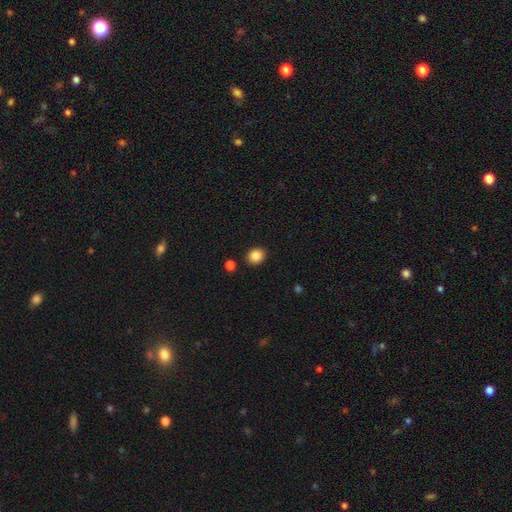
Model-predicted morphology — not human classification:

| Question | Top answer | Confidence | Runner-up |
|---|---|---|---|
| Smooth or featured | smooth | 86% | star or artifact (10%) |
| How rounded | round | 67% | in between (32%) |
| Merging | none | 89% | minor disturbance (7%) |